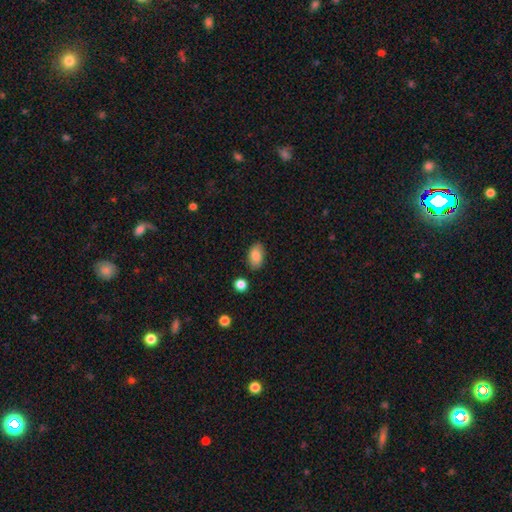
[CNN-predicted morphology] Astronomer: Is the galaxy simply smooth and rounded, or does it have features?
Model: smooth — 85%.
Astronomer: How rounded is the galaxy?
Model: in between — 92%.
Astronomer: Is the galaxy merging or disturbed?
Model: none — 84%.